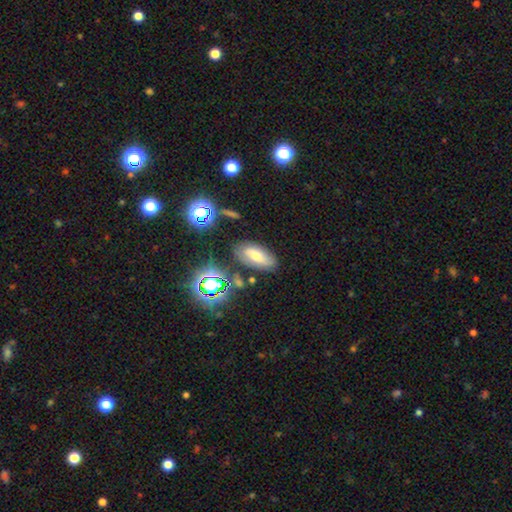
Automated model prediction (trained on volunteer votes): The model was most divided on "smooth or featured": smooth: 54%, star or artifact: 23%, featured or disk: 23%. More confident: how rounded — in between (84%); merging — none (77%).